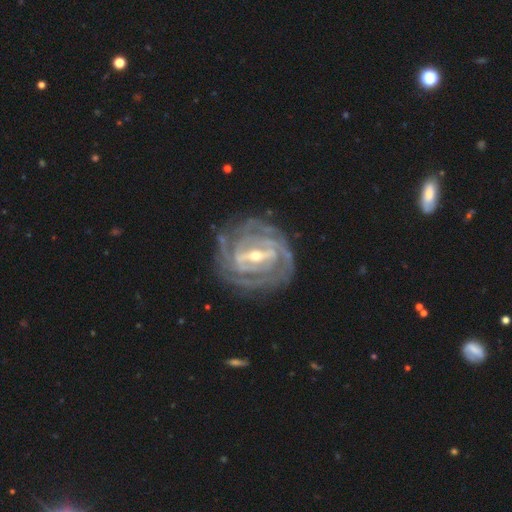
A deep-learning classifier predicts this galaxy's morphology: type=featured or disk (91%); edge-on=no (95%); bar=strong (70%); spiral arms=yes (96%); winding=tight (79%); arm count=can't tell (25%); bulge=moderate (49%); merging=none (78%).